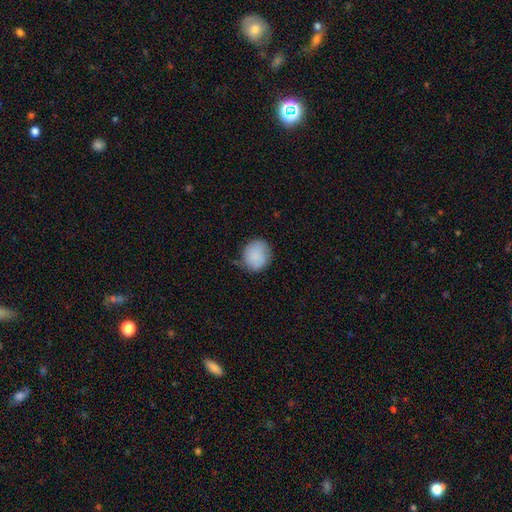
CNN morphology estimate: A smooth galaxy with no disk features (86%) that is round (80%). Merging: none (70%).